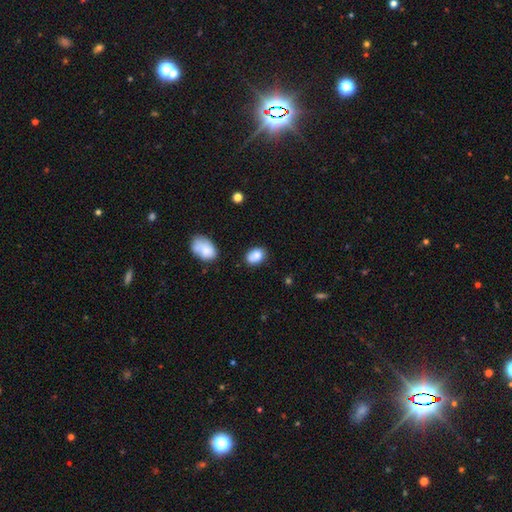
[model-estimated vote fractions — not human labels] This is clearly a smooth galaxy (84%). How rounded: likely in between (77%). Merging: likely none (65%).